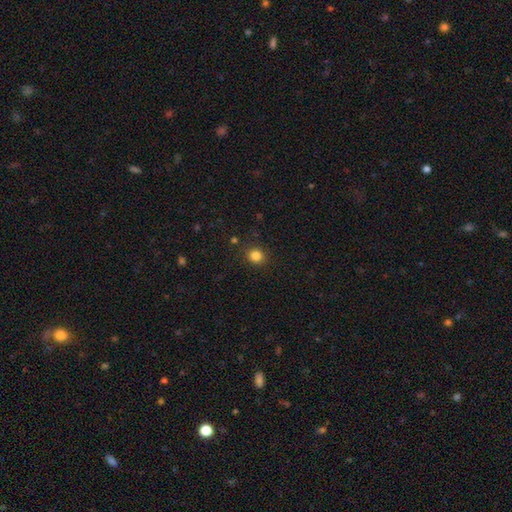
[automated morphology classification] The model was most divided on "smooth or featured": smooth: 83%, star or artifact: 13%, featured or disk: 4%. More confident: merging — none (89%); how rounded — round (85%).